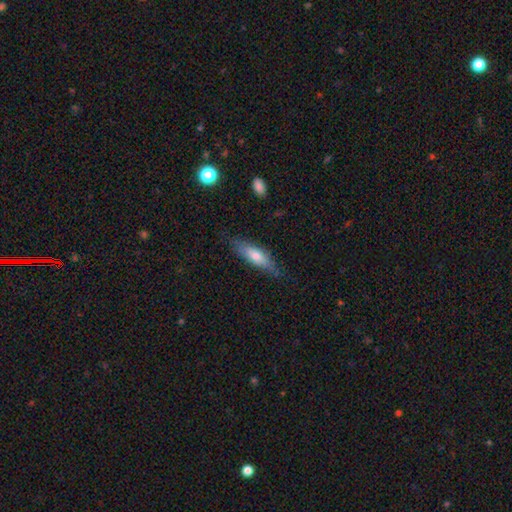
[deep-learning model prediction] smooth 61%, featured or disk 32%, star or artifact 6%. Down the decision tree: how rounded — cigar-shaped (59%); merging — none (77%).